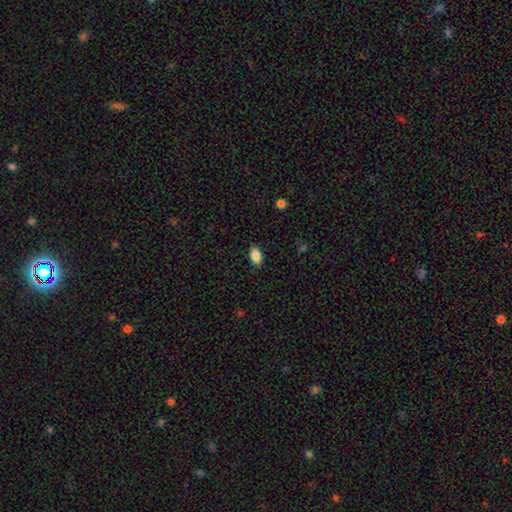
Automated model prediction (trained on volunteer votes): Smooth or featured? Predicted: smooth (p=0.88). How rounded? Predicted: in between (p=0.92). Merging? Predicted: none (p=0.88).